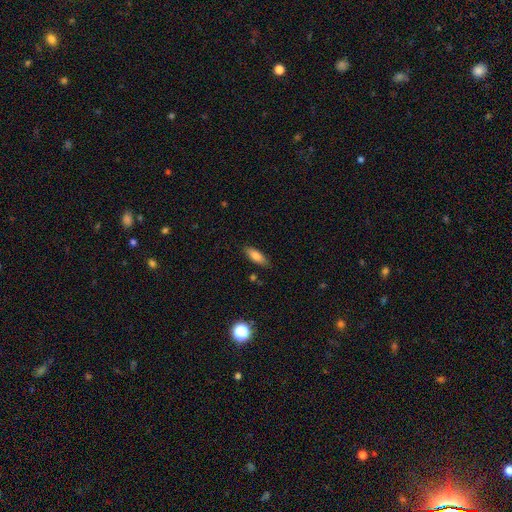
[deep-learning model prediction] This is likely a smooth galaxy (78%). How rounded: likely in between (67%). Merging: clearly none (85%).